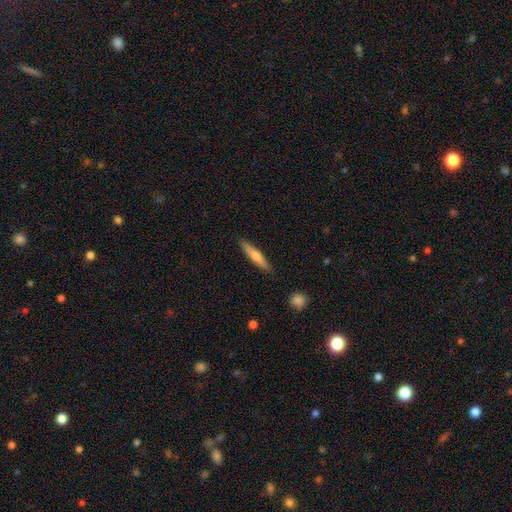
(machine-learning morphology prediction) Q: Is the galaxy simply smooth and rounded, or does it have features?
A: smooth — 57%.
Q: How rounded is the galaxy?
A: cigar-shaped — 90%.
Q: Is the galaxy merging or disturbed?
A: none — 89%.